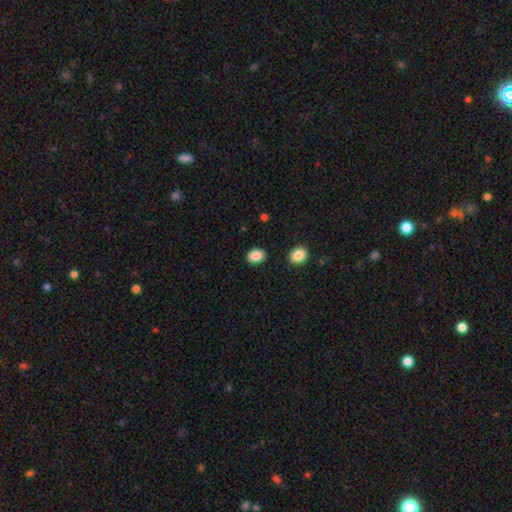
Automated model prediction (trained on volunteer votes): smooth 88%, star or artifact 8%, featured or disk 4%. Down the decision tree: how rounded — in between (74%); merging — none (87%).